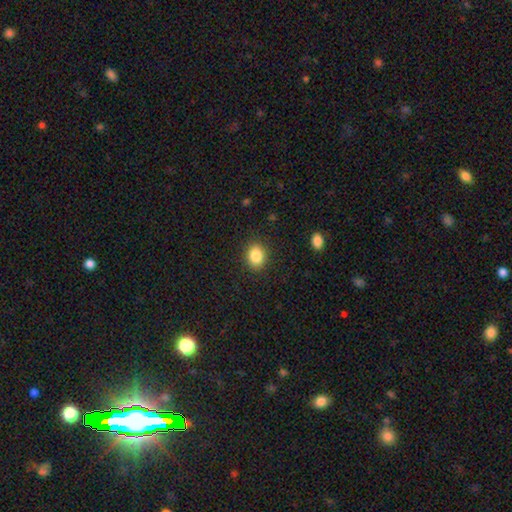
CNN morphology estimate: A smooth galaxy with no disk features (86%) that is in between round and cigar-shaped (51%). Merging: none (88%).